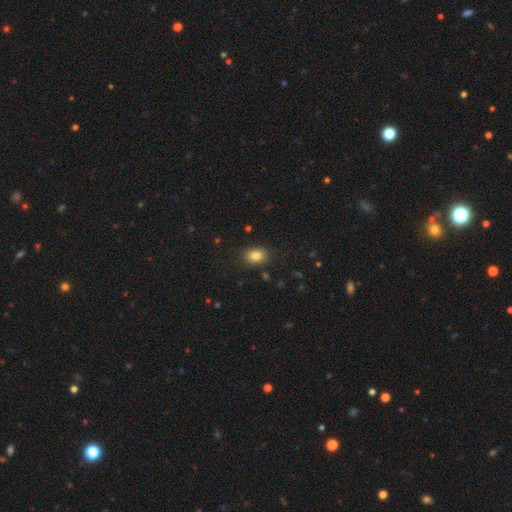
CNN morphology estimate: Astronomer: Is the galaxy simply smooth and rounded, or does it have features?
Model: smooth — 83%.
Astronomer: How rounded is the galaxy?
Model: in between — 67%.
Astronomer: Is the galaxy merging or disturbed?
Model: none — 86%.